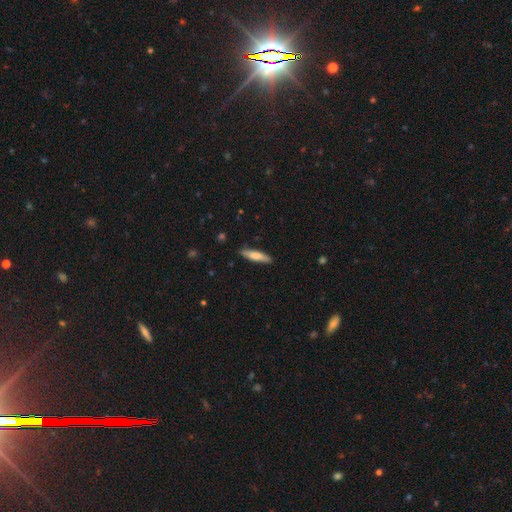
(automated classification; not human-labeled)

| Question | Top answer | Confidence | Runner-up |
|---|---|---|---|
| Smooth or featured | smooth | 74% | featured or disk (21%) |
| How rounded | cigar-shaped | 81% | in between (18%) |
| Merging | none | 87% | minor disturbance (10%) |